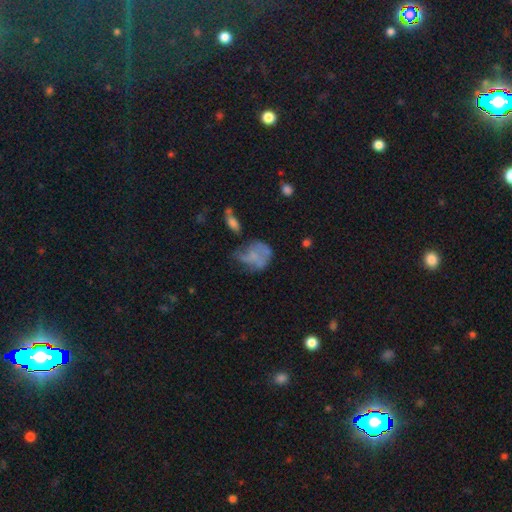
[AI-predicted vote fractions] A smooth galaxy with no disk features (45%).

Vote fractions:
- Smooth or featured? smooth: 45% / featured or disk: 43% / star or artifact: 12%
- Merging? major disturbance: 33% (tied) / none: 33% (tied) / minor disturbance: 25% / merger: 9%